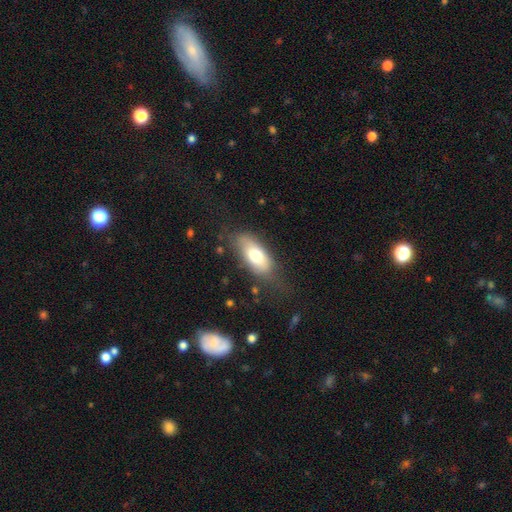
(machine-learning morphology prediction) Smooth or featured? smooth (71%)
How rounded? in between (84%)
Merging? none (65%)